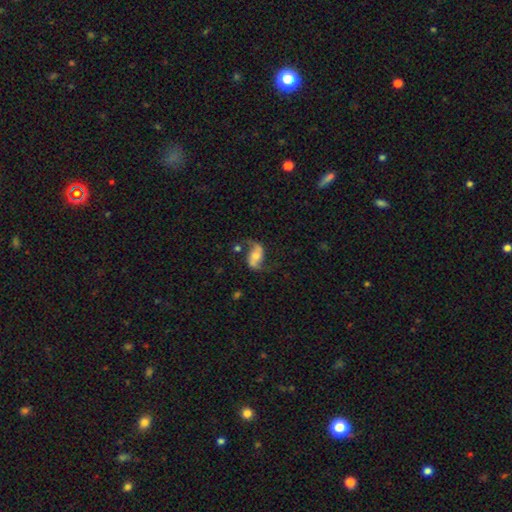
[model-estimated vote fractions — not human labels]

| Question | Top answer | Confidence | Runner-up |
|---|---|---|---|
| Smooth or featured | featured or disk | 78% | smooth (15%) |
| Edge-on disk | no | 96% | yes (4%) |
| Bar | no | 46% | weak (32%) |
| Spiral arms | yes | 93% | no (7%) |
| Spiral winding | loose | 73% | medium (22%) |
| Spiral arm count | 2 | 92% | can't tell (2%) |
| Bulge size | moderate | 53% | small (34%) |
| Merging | none | 68% | minor disturbance (17%) |